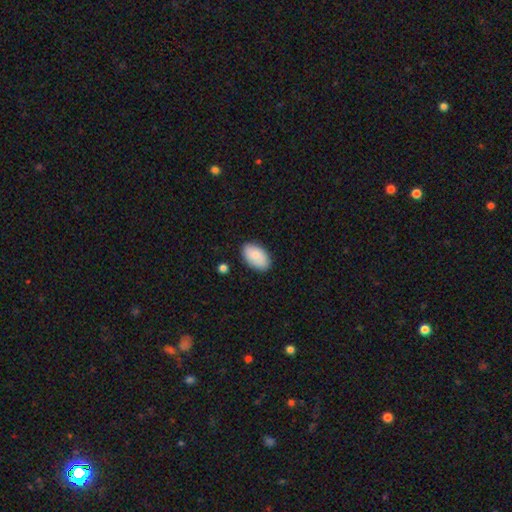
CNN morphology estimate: Smooth or featured? Predicted: smooth (p=0.85). How rounded? Predicted: in between (p=0.94). Merging? Predicted: none (p=0.85).